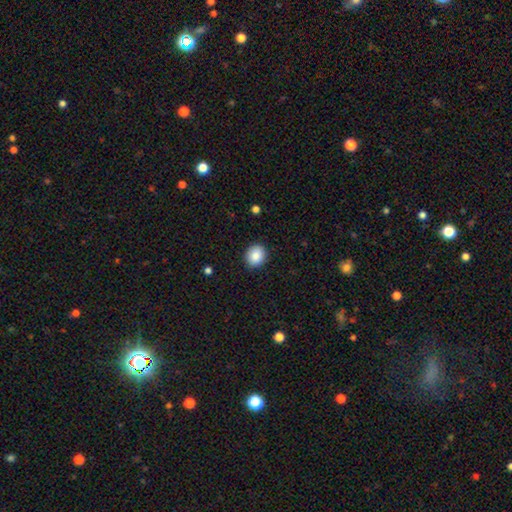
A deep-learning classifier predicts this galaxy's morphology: type=smooth (87%); roundness=round (70%); merging=none (90%).